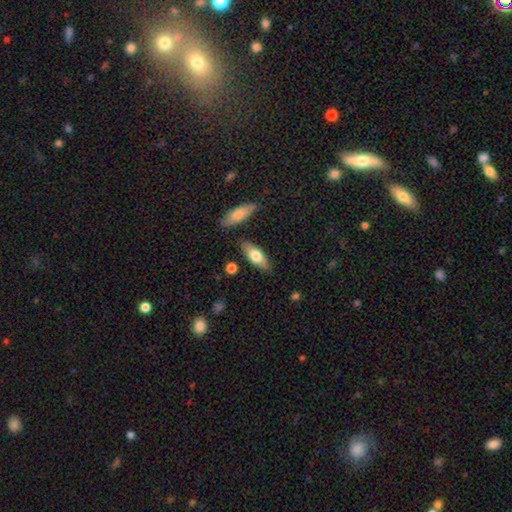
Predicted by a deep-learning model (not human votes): smooth_or_featured: smooth (p=0.68) [alt: featured or disk p=0.26]
how_rounded: in between (p=0.67) [alt: cigar-shaped p=0.31]
merging: none (p=0.81) [alt: minor disturbance p=0.12]